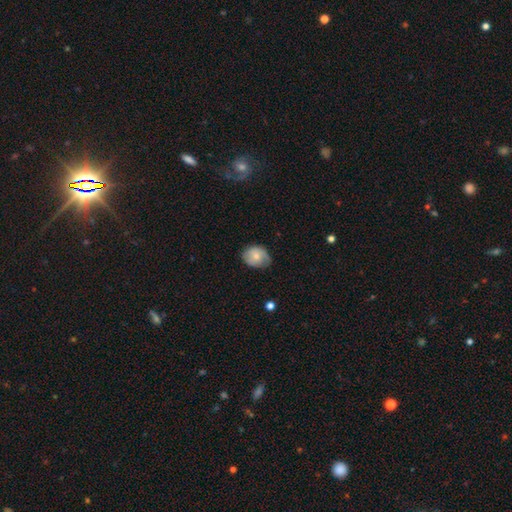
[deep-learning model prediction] Smooth or featured? Predicted: smooth (p=0.66). How rounded? Predicted: in between (p=0.51). Merging? Predicted: none (p=0.59).